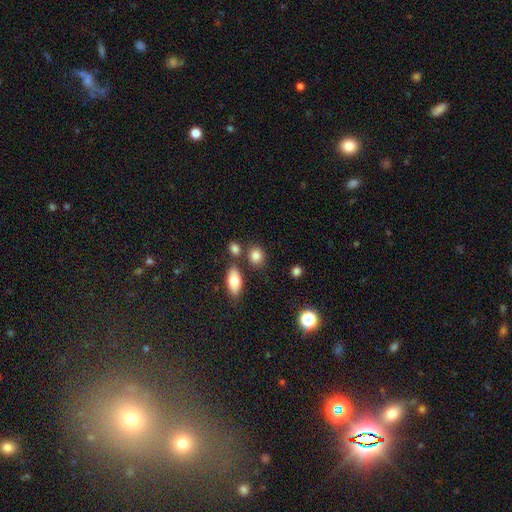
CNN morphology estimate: Smooth or featured?
  - smooth: 84% *
  - star or artifact: 10%
  - featured or disk: 6%
How rounded?
  - round: 62% *
  - in between: 37%
  - cigar-shaped: 2%
Merging?
  - none: 72% *
  - merger: 13%
  - minor disturbance: 11%
  - major disturbance: 4%